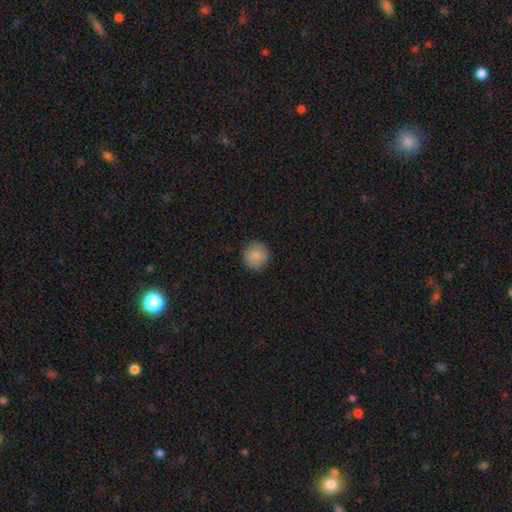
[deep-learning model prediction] This is clearly a smooth galaxy (85%). How rounded: clearly round (93%). Merging: clearly none (87%).